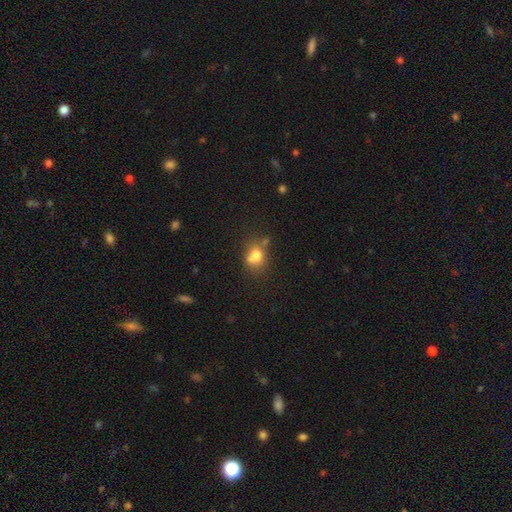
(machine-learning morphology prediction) Smooth or featured: smooth — 73% (featured or disk — 15%)
How rounded: round — 56% (in between — 43%)
Merging: none — 45% (merger — 26%)